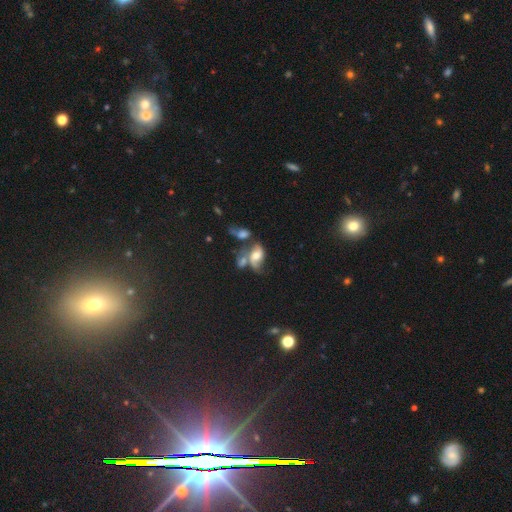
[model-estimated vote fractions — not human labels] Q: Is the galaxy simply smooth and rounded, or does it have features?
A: featured or disk — 51%.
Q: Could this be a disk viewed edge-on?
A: no — 95%.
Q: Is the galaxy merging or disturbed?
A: merger — 45%.